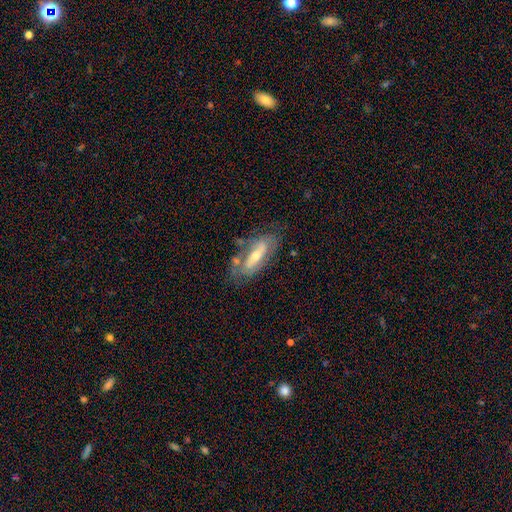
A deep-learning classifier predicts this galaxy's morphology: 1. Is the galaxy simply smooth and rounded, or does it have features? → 66% featured or disk, 27% smooth, 7% star or artifact.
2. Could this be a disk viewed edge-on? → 80% no, 20% yes.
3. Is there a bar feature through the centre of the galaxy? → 36% strong, 34% no, 31% weak.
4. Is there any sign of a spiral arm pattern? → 62% yes, 38% no.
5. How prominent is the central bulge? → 59% moderate, 33% small, 5% large, 1% none, 1% dominant.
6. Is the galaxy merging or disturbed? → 65% none, 20% minor disturbance, 9% major disturbance, 6% merger.